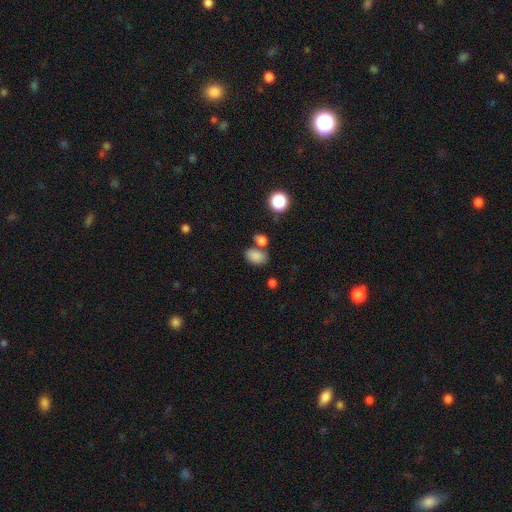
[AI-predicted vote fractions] smooth-or-featured: smooth: 83% | star or artifact: 11% | featured or disk: 6%
  how-rounded: in between: 85% | round: 13% | cigar-shaped: 1%
  merging: none: 58% | merger: 23% | minor disturbance: 14% | major disturbance: 5%